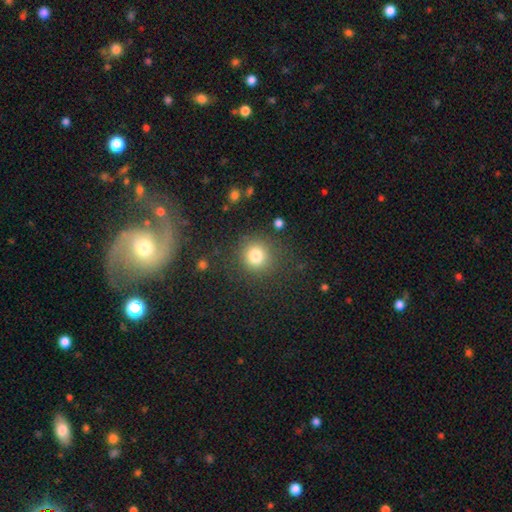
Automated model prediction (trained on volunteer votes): Smooth or featured? Predicted: smooth (p=0.81). How rounded? Predicted: round (p=0.91). Merging? Predicted: none (p=0.84).